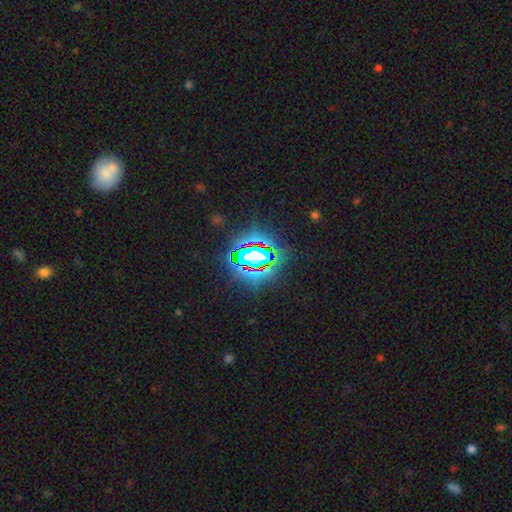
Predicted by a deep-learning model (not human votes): Smooth or featured? Predicted: star or artifact (p=0.75).